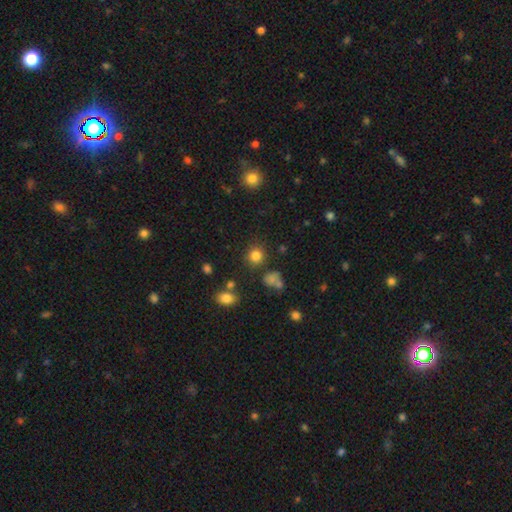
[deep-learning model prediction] Morphology: type=smooth (81%); roundness=round (88%); merging=none (82%).